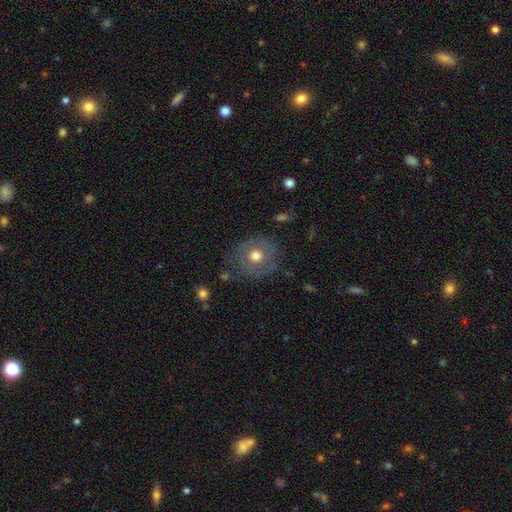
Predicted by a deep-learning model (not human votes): Smooth or featured: smooth — 58% (featured or disk — 33%)
How rounded: round — 87% (in between — 12%)
Merging: none — 76% (minor disturbance — 15%)